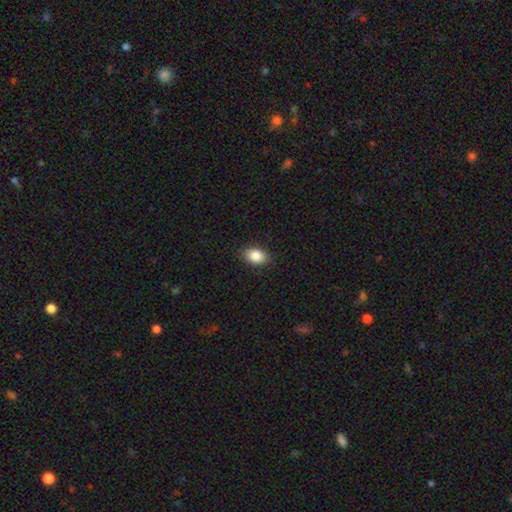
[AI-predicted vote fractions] smooth 87%, star or artifact 8%, featured or disk 5%. Down the decision tree: how rounded — in between (83%); merging — none (87%).